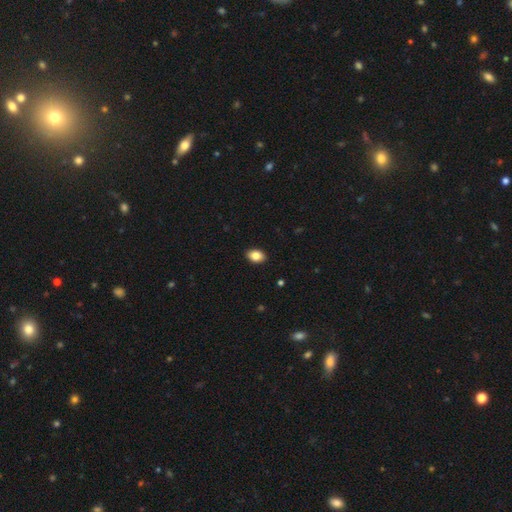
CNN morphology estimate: smooth_or_featured: smooth (p=0.85) [alt: star or artifact p=0.08]
how_rounded: in between (p=0.82) [alt: round p=0.17]
merging: none (p=0.90) [alt: minor disturbance p=0.07]